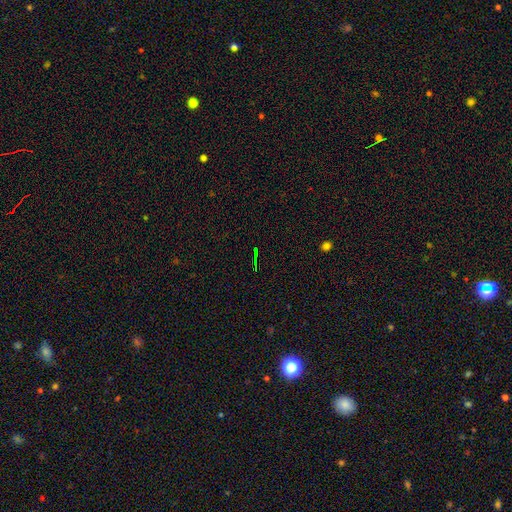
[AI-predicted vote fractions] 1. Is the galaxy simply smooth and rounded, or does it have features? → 73% star or artifact, 14% smooth, 13% featured or disk.